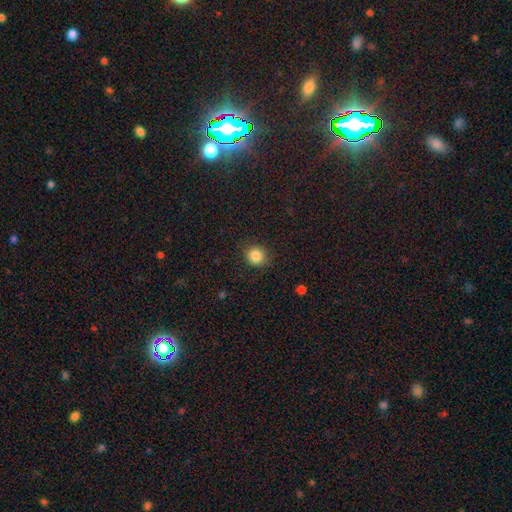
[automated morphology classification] This is clearly a smooth galaxy (85%). How rounded: clearly round (88%). Merging: clearly none (88%).